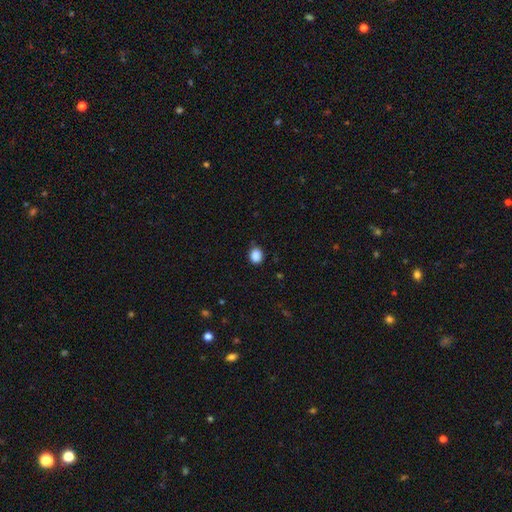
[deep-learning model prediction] A smooth galaxy with no disk features (87%) that is round (63%).

Vote fractions:
- Smooth or featured? smooth: 87% / star or artifact: 10% / featured or disk: 3%
- How rounded? round: 63% / in between: 36% / cigar-shaped: 1%
- Merging? none: 83% / minor disturbance: 13% / major disturbance: 3% / merger: 1%